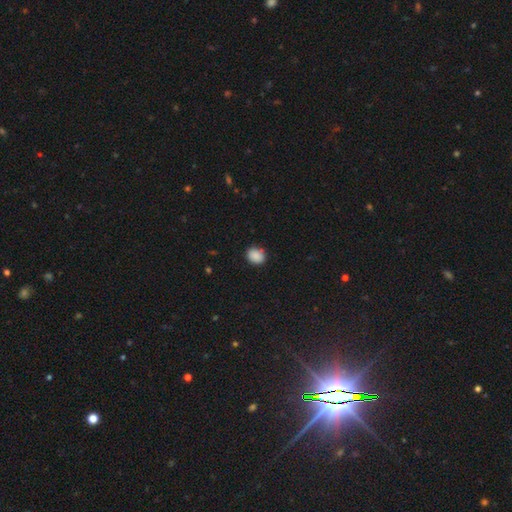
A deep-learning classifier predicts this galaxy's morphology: A smooth galaxy with no disk features (88%) that is round (54%).

Vote fractions:
- Smooth or featured? smooth: 88% / star or artifact: 9% / featured or disk: 3%
- How rounded? round: 54% / in between: 46% / cigar-shaped: 1%
- Merging? none: 81% / minor disturbance: 15% / major disturbance: 3% / merger: 2%